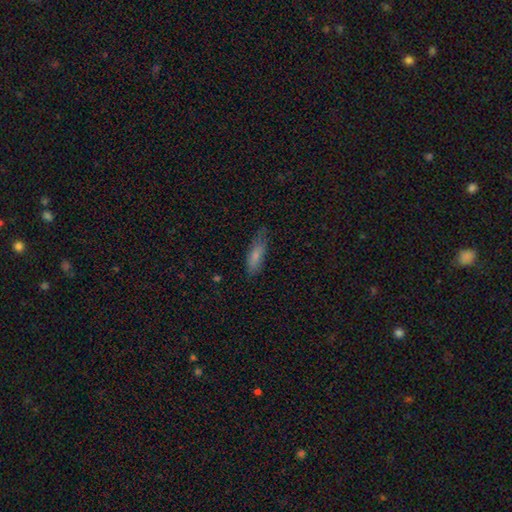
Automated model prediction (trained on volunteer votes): A smooth galaxy with no disk features (77%) that is in between round and cigar-shaped (54%). Merging: none (69%).